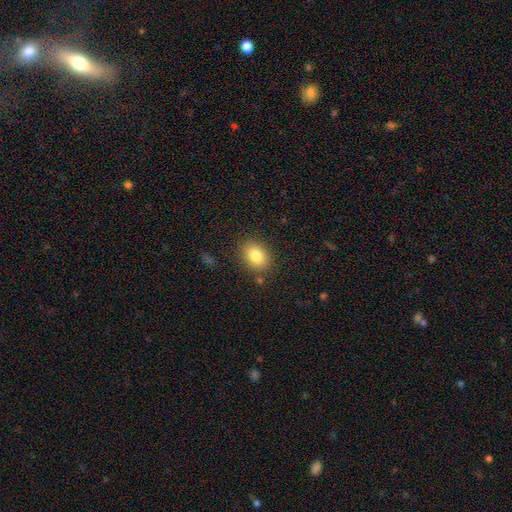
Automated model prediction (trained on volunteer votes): A smooth galaxy with no disk features (82%) that is in between round and cigar-shaped (69%). Merging: none (83%).